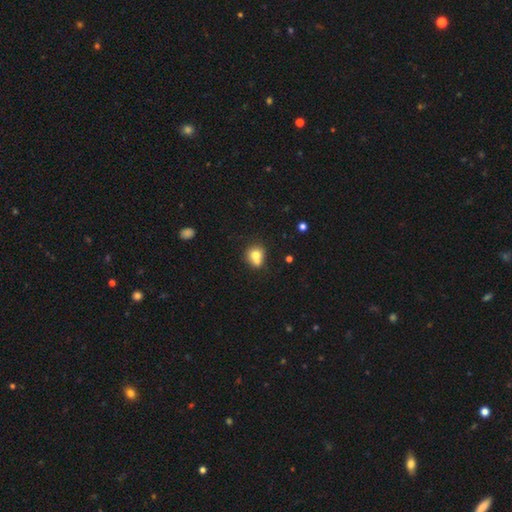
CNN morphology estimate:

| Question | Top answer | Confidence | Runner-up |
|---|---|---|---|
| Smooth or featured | smooth | 72% | featured or disk (18%) |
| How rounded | round | 71% | in between (28%) |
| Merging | merger | 47% | none (37%) |